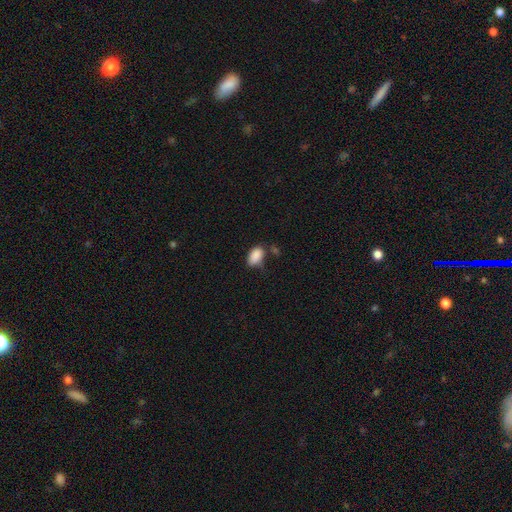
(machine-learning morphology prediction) type=smooth (88%); roundness=in between (92%); merging=none (58%).